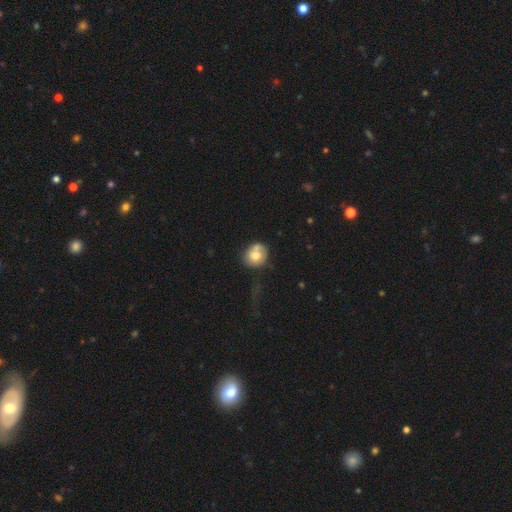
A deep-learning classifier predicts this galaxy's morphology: The model was most divided on "merging": none: 40%, merger: 30%, minor disturbance: 18%, major disturbance: 12%. More confident: how rounded — round (75%); smooth or featured — smooth (65%).